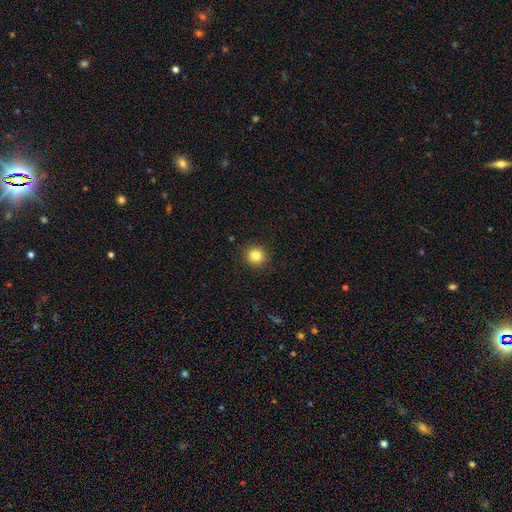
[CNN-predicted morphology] Smooth or featured: smooth — 83% (star or artifact — 11%)
How rounded: round — 93% (in between — 6%)
Merging: none — 92% (minor disturbance — 5%)